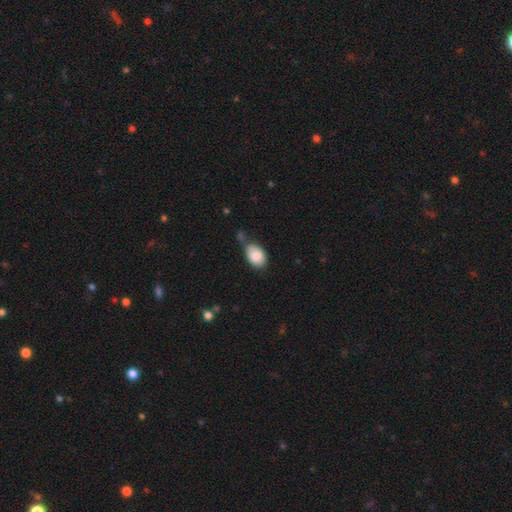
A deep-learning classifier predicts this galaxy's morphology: smooth-or-featured: smooth: 86% | featured or disk: 8% | star or artifact: 7%
  how-rounded: in between: 86% | round: 12% | cigar-shaped: 1%
  merging: none: 59% | minor disturbance: 24% | merger: 12% | major disturbance: 5%